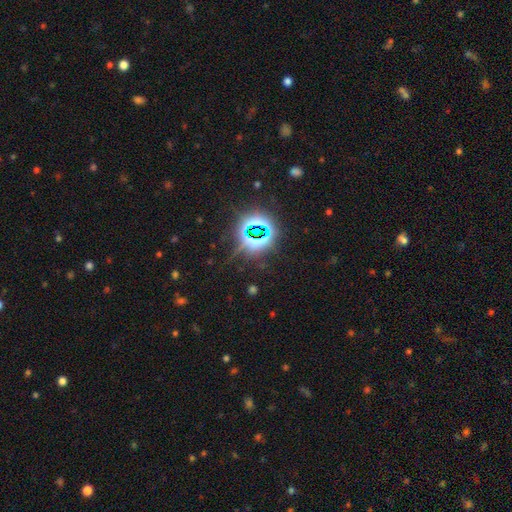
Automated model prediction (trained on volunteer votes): smooth-or-featured: star or artifact: 80% | smooth: 12% | featured or disk: 8%